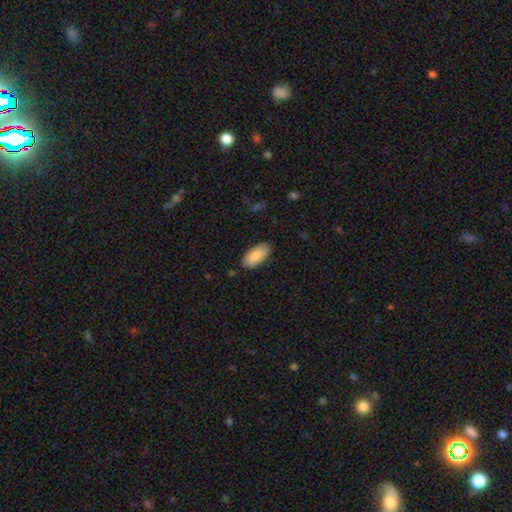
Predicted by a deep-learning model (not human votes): This appears to be a smooth galaxy with no disk features (85%) that is in between round and cigar-shaped (91%). Merging: none (86%).